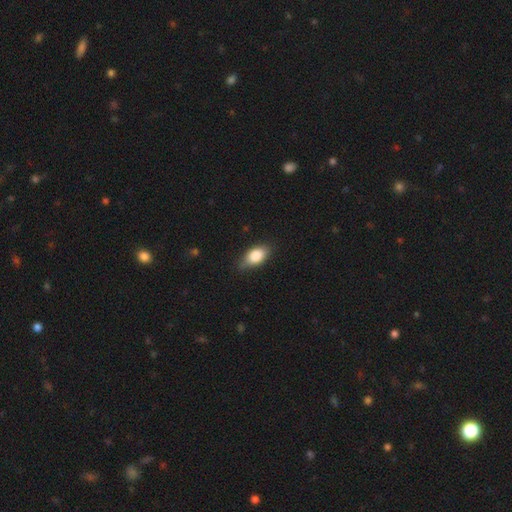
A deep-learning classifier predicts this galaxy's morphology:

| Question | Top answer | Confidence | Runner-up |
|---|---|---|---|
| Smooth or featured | smooth | 82% | featured or disk (11%) |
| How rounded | in between | 87% | round (9%) |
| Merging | none | 74% | minor disturbance (22%) |